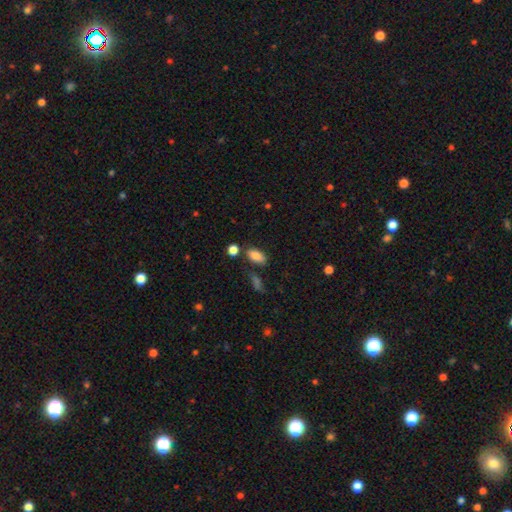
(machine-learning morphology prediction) type=smooth (84%); roundness=in between (90%); merging=none (75%).